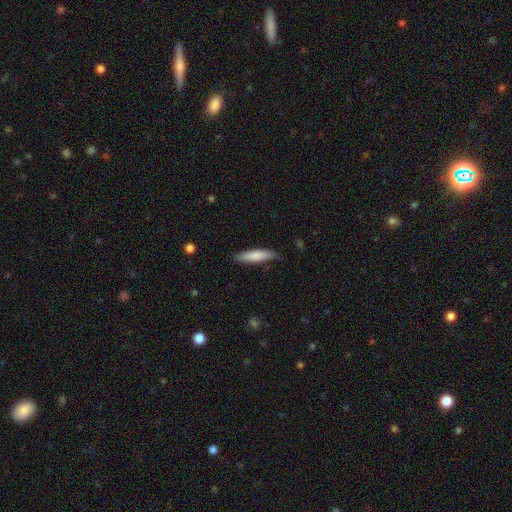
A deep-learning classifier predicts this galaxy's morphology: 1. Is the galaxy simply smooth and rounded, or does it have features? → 79% smooth, 15% featured or disk, 5% star or artifact.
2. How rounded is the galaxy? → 79% cigar-shaped, 20% in between, 1% round.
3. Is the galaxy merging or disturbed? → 85% none, 12% minor disturbance, 2% major disturbance, 1% merger.